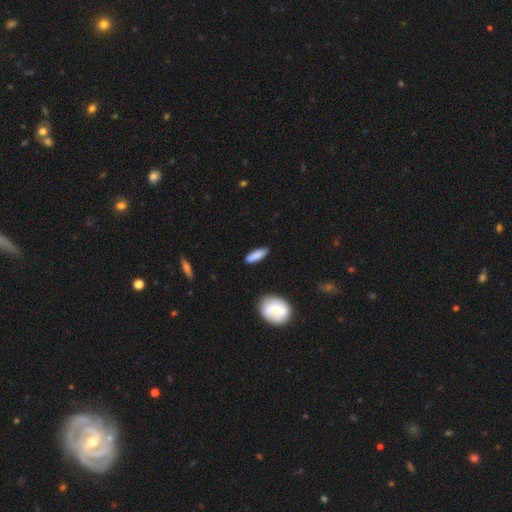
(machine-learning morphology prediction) smooth_or_featured: smooth (p=0.82) [alt: featured or disk p=0.12]
how_rounded: cigar-shaped (p=0.53) [alt: in between p=0.44]
merging: none (p=0.83) [alt: minor disturbance p=0.13]